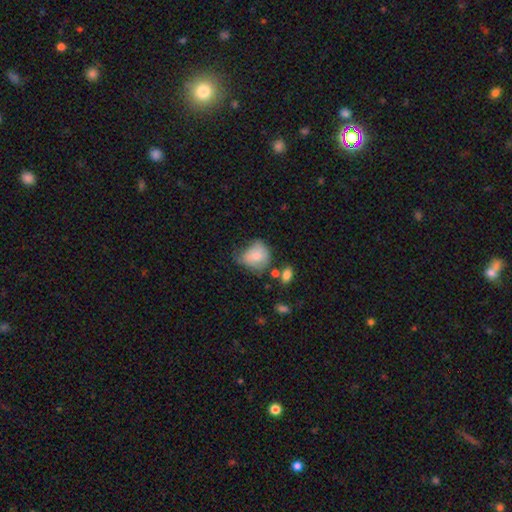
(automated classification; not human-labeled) Smooth or featured? smooth (77%)
How rounded? round (58%)
Merging? minor disturbance (40%)